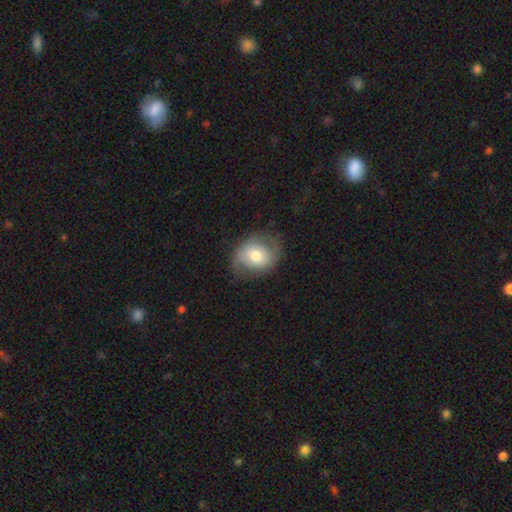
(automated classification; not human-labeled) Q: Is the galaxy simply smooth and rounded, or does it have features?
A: smooth — 59%.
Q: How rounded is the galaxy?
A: round — 51%.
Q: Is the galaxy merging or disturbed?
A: none — 63%.